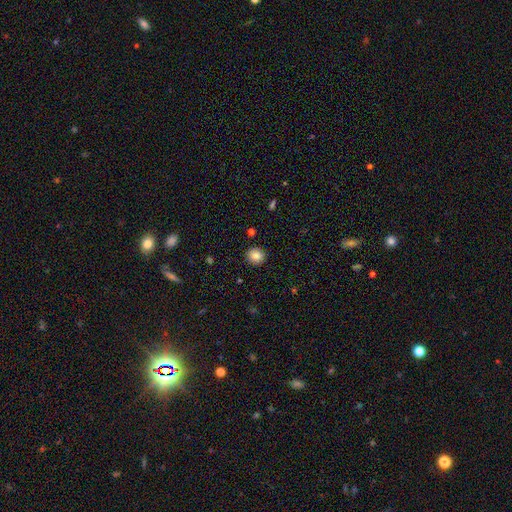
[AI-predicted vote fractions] smooth-or-featured: smooth: 83% | star or artifact: 10% | featured or disk: 7%
  how-rounded: round: 88% | in between: 11% | cigar-shaped: 1%
  merging: none: 90% | minor disturbance: 7% | major disturbance: 2% | merger: 1%